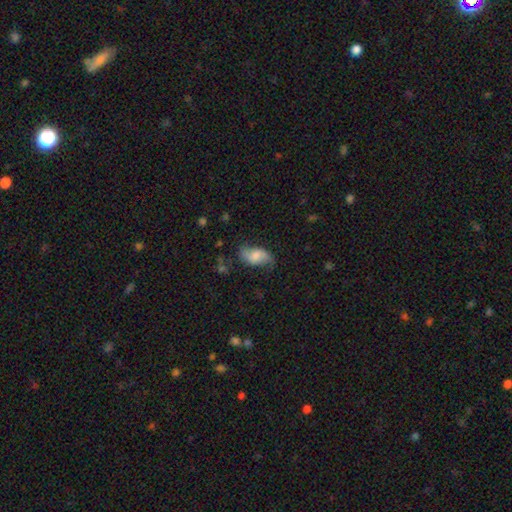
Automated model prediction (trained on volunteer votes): Smooth or featured: smooth — 49% (featured or disk — 43%)
Merging: none — 65% (minor disturbance — 24%)